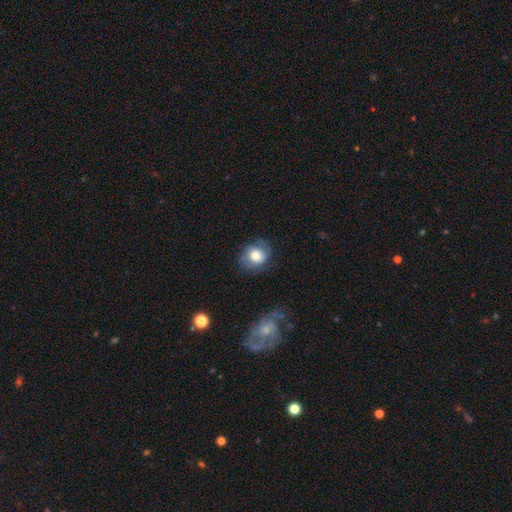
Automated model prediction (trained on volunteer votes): Smooth or featured: smooth — 59% (featured or disk — 33%)
How rounded: round — 76% (in between — 23%)
Merging: none — 69% (minor disturbance — 20%)